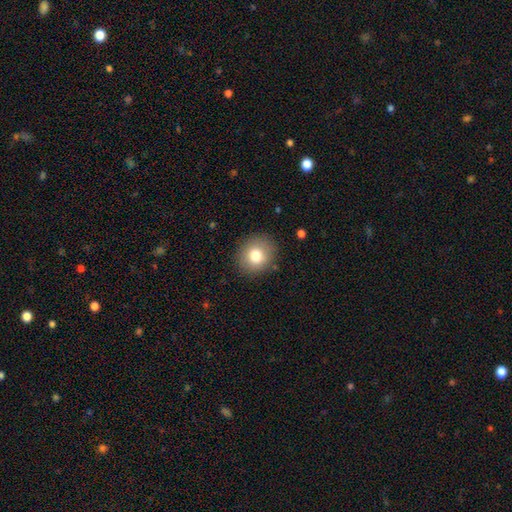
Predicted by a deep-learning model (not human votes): This appears to be a smooth galaxy with no disk features (79%) that is round (79%). Merging: none (87%).